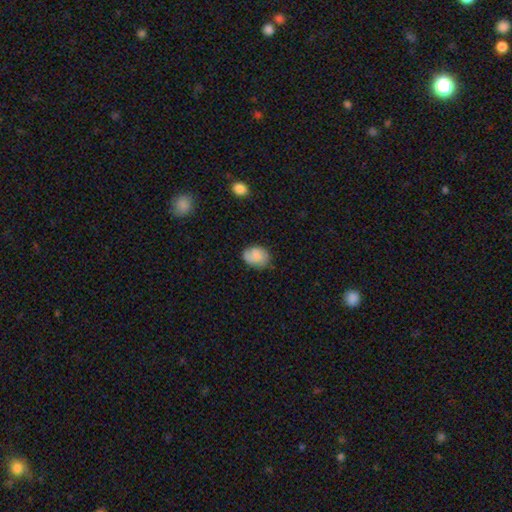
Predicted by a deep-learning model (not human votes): Morphology: type=smooth (75%); roundness=in between (57%); merging=none (71%).